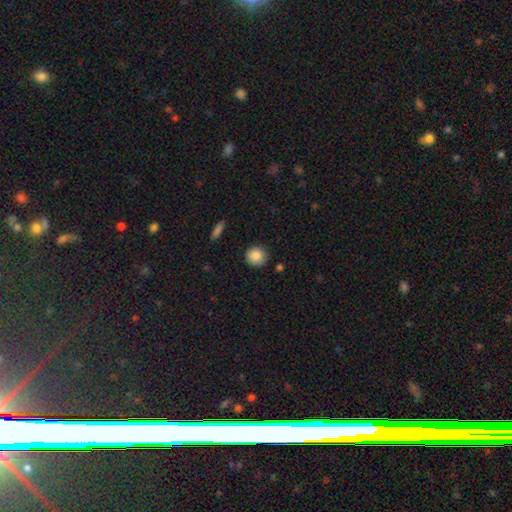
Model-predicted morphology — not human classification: smooth-or-featured: smooth: 87% | star or artifact: 8% | featured or disk: 4%
  how-rounded: round: 92% | in between: 7% | cigar-shaped: 1%
  merging: none: 88% | minor disturbance: 8% | major disturbance: 2% | merger: 2%